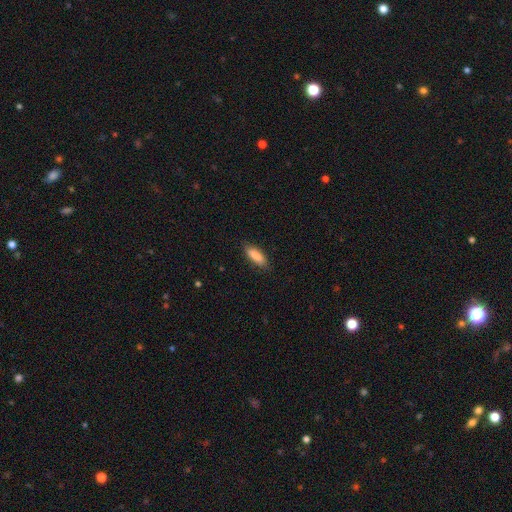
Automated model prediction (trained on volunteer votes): smooth_or_featured: smooth (p=0.88) [alt: featured or disk p=0.06]
how_rounded: in between (p=0.61) [alt: cigar-shaped p=0.37]
merging: none (p=0.86) [alt: minor disturbance p=0.11]